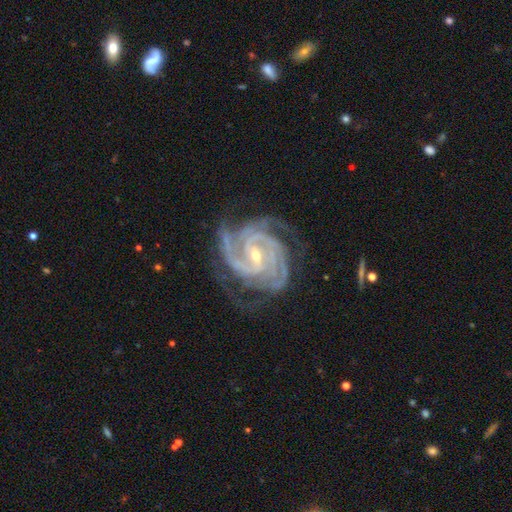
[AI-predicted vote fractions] Smooth or featured? featured or disk (94%)
Edge-on disk? no (98%)
Bar? weak (47%)
Spiral arms? yes (99%)
Spiral winding? tight (67%)
Spiral arm count? 3 (31%)
Bulge size? small (63%)
Merging? none (71%)